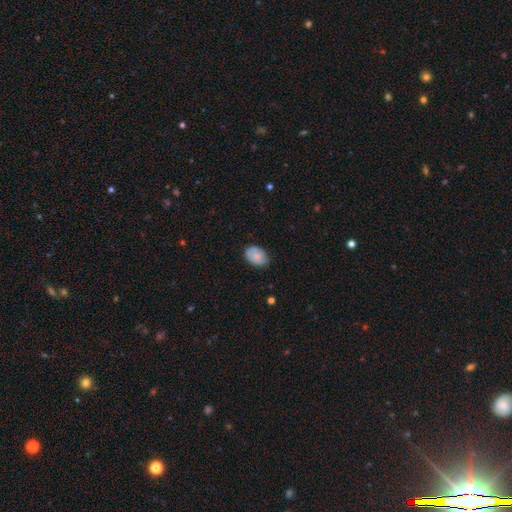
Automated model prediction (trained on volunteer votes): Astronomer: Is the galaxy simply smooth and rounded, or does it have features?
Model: smooth — 77%.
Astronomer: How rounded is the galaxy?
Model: in between — 83%.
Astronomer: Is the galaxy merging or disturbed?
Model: none — 76%.